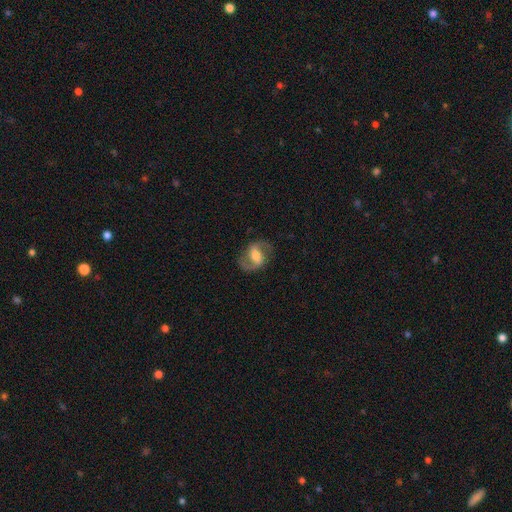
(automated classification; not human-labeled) The model was most divided on "bar": weak: 45%, strong: 33%, no: 22%. More confident: edge-on disk — no (97%); spiral arms — yes (93%); spiral arm count — 2 (92%); merging — none (80%); smooth or featured — featured or disk (79%); bulge size — moderate (53%); spiral winding — medium (51%).